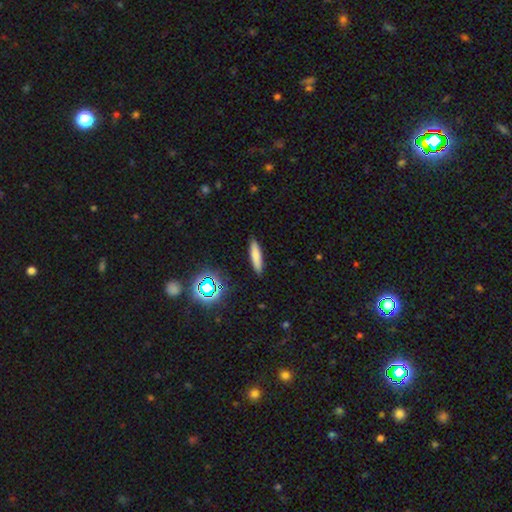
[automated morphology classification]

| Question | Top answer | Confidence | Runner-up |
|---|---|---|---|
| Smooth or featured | smooth | 75% | featured or disk (13%) |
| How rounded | cigar-shaped | 80% | in between (18%) |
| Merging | none | 89% | minor disturbance (8%) |